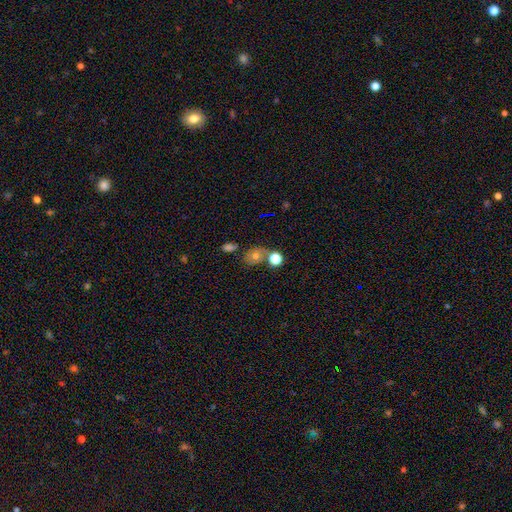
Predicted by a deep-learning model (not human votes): Overall: smooth (50%; featured or disk 30%). How rounded: round (53%; in between 45%). Merging: none (55%; merger 20%).